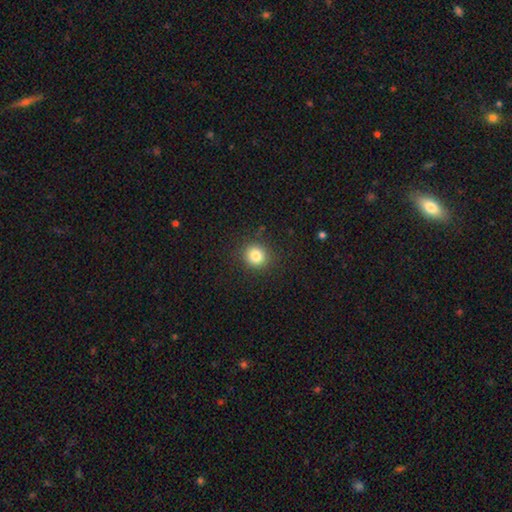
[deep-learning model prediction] The model was most divided on "smooth or featured": smooth: 82%, star or artifact: 11%, featured or disk: 6%. More confident: merging — none (89%); how rounded — round (87%).